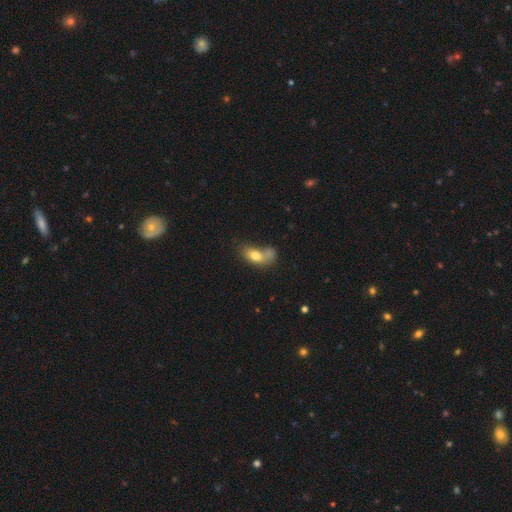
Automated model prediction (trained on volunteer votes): Smooth or featured: smooth — 74% (featured or disk — 17%)
How rounded: in between — 82% (round — 12%)
Merging: merger — 42% (none — 25%)